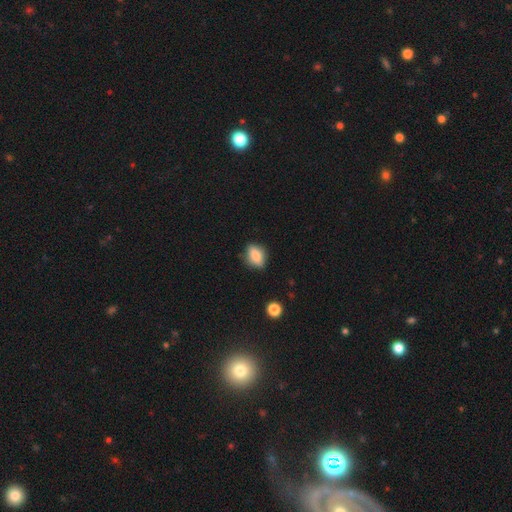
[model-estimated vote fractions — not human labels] Smooth or featured: smooth — 73% (featured or disk — 18%)
How rounded: in between — 68% (round — 25%)
Merging: none — 77% (minor disturbance — 18%)